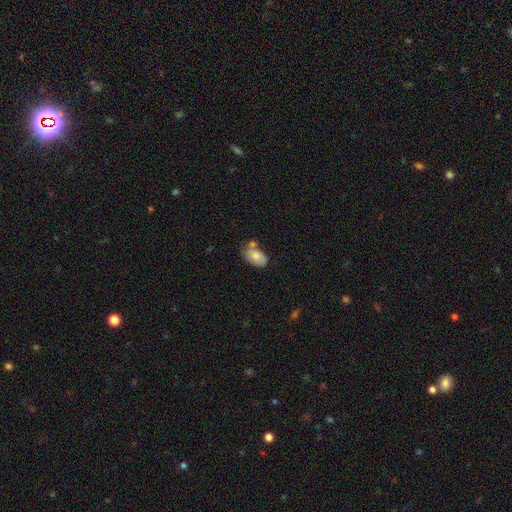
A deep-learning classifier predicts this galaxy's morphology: A smooth galaxy with no disk features (74%) that is in between round and cigar-shaped (90%).

Vote fractions:
- Smooth or featured? smooth: 74% / featured or disk: 19% / star or artifact: 7%
- How rounded? in between: 90% / round: 8% / cigar-shaped: 1%
- Merging? none: 46% / minor disturbance: 25% / merger: 22% / major disturbance: 7%